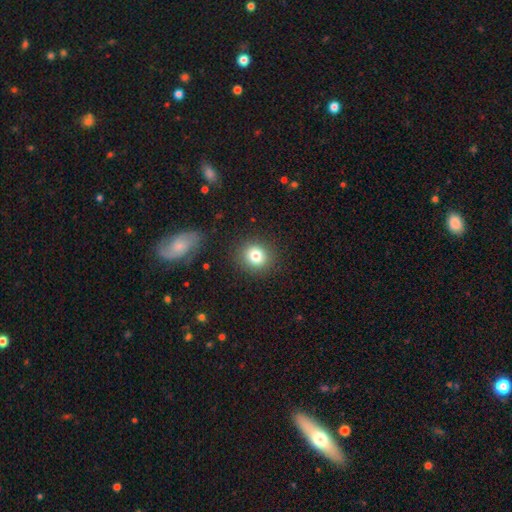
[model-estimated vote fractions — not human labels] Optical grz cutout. It shows a smooth galaxy with no disk features (80%) that is round (82%). Merging: none (88%).